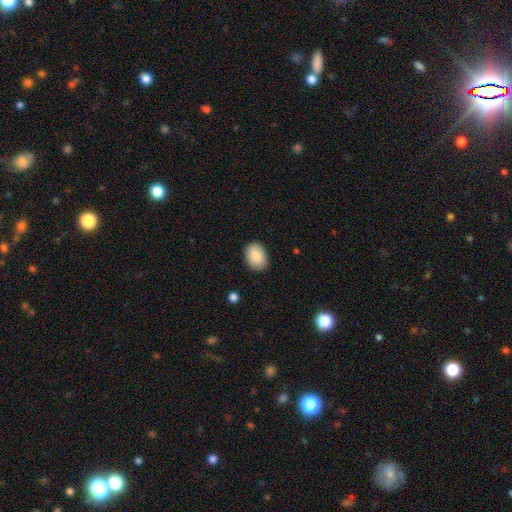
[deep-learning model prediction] smooth 84%, featured or disk 10%, star or artifact 7%. Down the decision tree: how rounded — in between (75%); merging — none (86%).